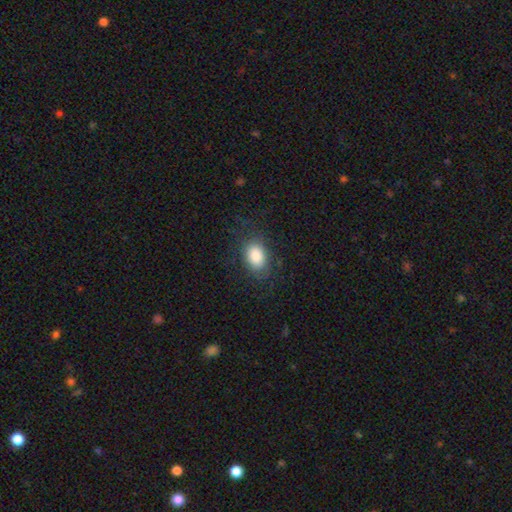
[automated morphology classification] Smooth or featured: smooth — 84% (featured or disk — 9%)
How rounded: in between — 85% (round — 13%)
Merging: none — 76% (minor disturbance — 15%)